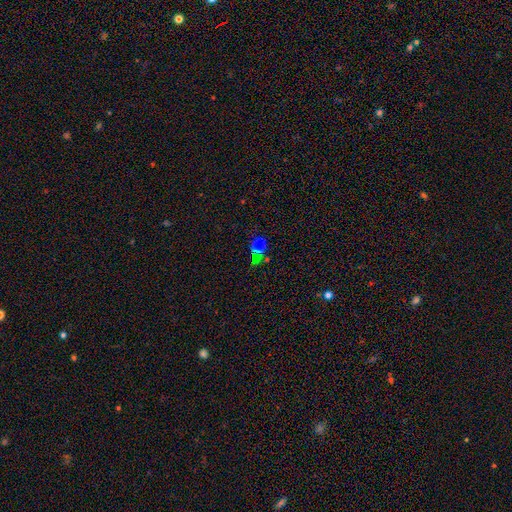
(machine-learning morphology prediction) Q: Smooth or featured?
A: smooth (49%); runner-up: star or artifact (41%)
Q: Merging?
A: none (70%); runner-up: minor disturbance (17%)